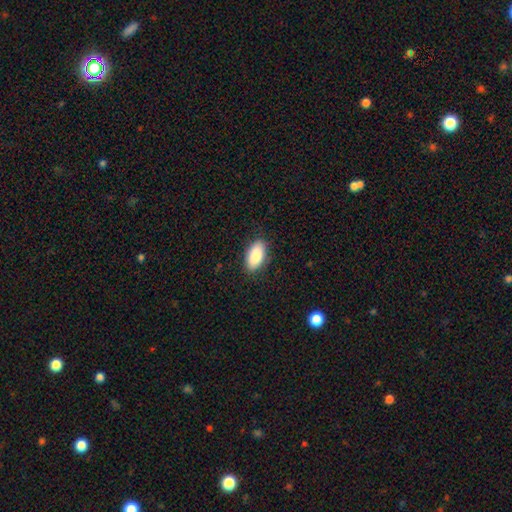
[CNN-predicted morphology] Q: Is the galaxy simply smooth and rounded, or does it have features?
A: smooth — 87%.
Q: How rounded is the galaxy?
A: in between — 93%.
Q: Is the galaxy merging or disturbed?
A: none — 86%.